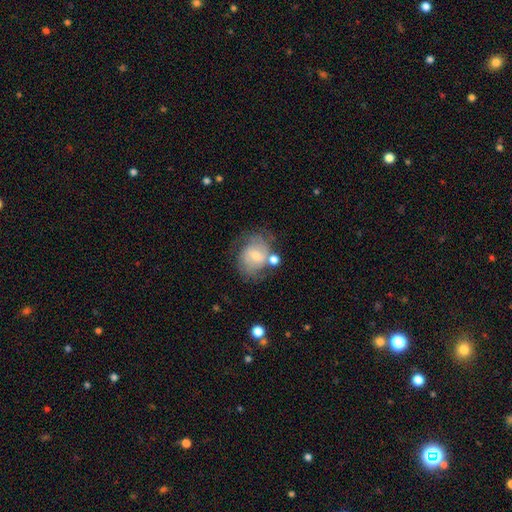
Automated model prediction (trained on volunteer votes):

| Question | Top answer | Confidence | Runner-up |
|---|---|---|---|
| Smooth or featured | featured or disk | 61% | smooth (31%) |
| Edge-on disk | no | 97% | yes (3%) |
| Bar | no | 47% | weak (45%) |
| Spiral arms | yes | 84% | no (16%) |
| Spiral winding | medium | 43% | tight (41%) |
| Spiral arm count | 2 | 55% | can't tell (27%) |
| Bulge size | small | 52% | moderate (41%) |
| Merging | none | 54% | minor disturbance (20%) |